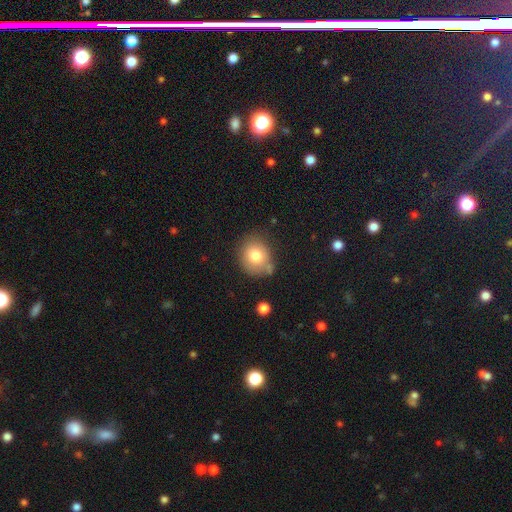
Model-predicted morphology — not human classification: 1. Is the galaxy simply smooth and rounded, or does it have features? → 77% smooth, 13% featured or disk, 9% star or artifact.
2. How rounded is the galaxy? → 65% round, 34% in between, 1% cigar-shaped.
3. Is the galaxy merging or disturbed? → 68% none, 19% minor disturbance, 7% merger, 5% major disturbance.